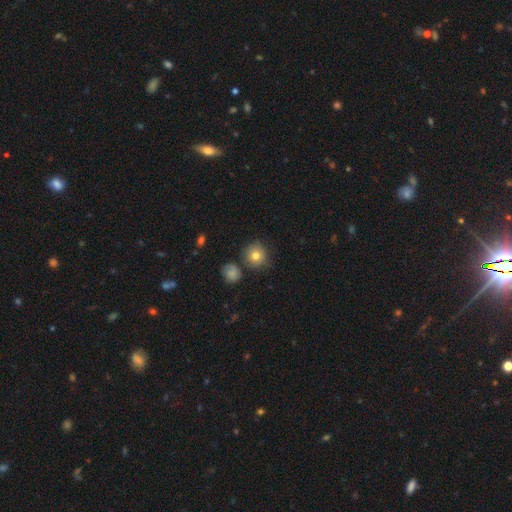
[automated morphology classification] Smooth or featured? smooth (79%)
How rounded? round (91%)
Merging? none (78%)